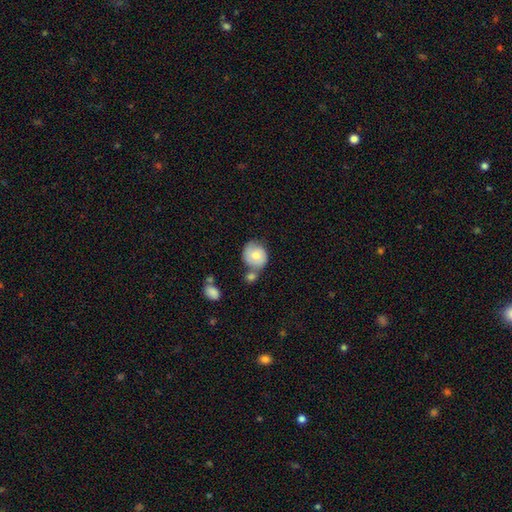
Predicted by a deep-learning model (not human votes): This appears to be a smooth galaxy with no disk features (66%) that is round (79%). Merging: none (46%).